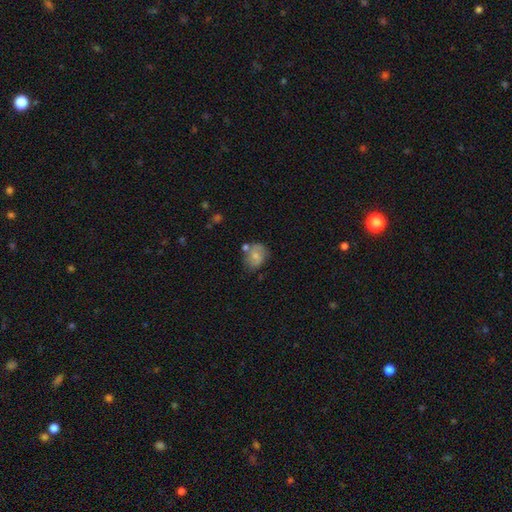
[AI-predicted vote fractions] smooth-or-featured: smooth: 61% | featured or disk: 30% | star or artifact: 9%
  how-rounded: round: 52% | in between: 47% | cigar-shaped: 1%
  merging: none: 54% | minor disturbance: 24% | merger: 14% | major disturbance: 8%